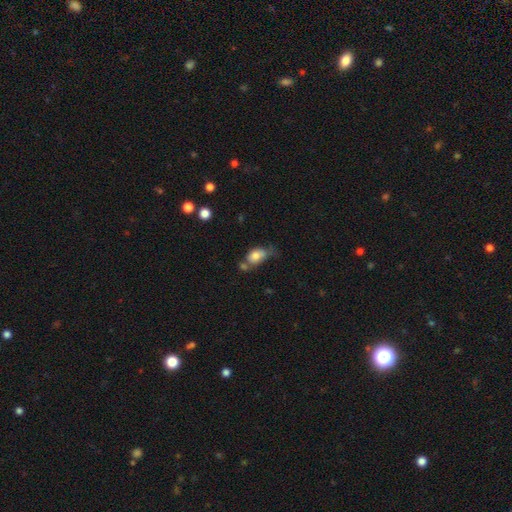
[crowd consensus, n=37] smooth-or-featured: smooth: 89% | featured or disk: 8% | star or artifact: 3%
  how-rounded: in between: 79% | round: 21% | cigar-shaped: 0%
  merging: merger: 36% | none: 31% | minor disturbance: 22% | major disturbance: 11%